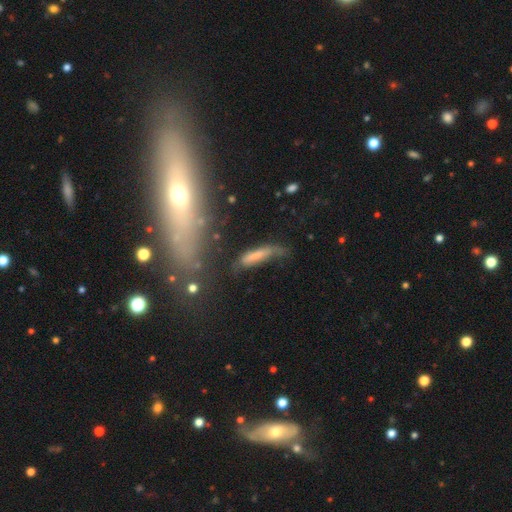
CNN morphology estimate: Smooth or featured? smooth (64%)
How rounded? cigar-shaped (78%)
Merging? none (40%)